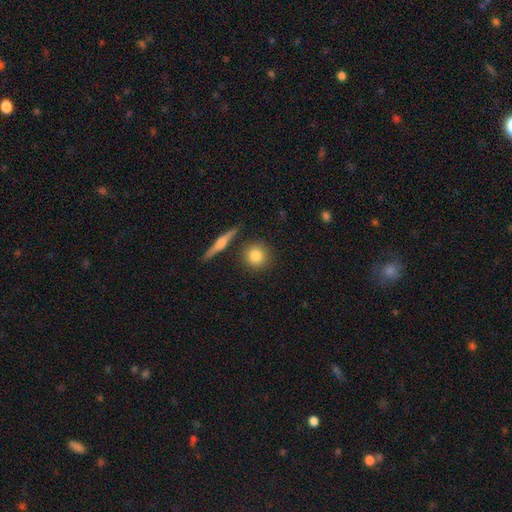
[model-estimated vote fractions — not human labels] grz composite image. It shows a smooth galaxy with no disk features (81%) that is round (89%). Merging: none (84%).